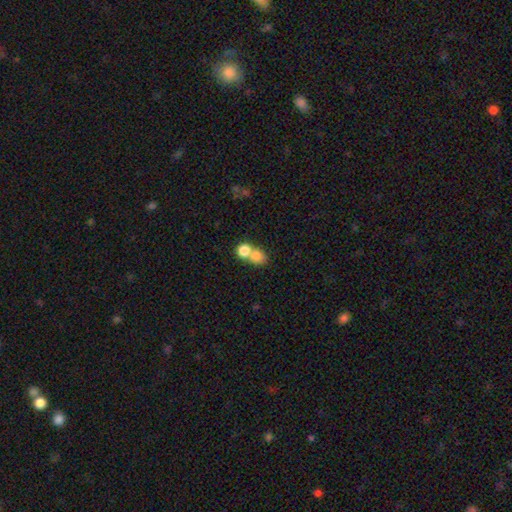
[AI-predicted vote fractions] Smooth or featured?
  - smooth: 78% *
  - featured or disk: 12%
  - star or artifact: 10%
How rounded?
  - round: 65% *
  - in between: 34%
  - cigar-shaped: 1%
Merging?
  - merger: 63% *
  - none: 29%
  - minor disturbance: 5%
  - major disturbance: 3%